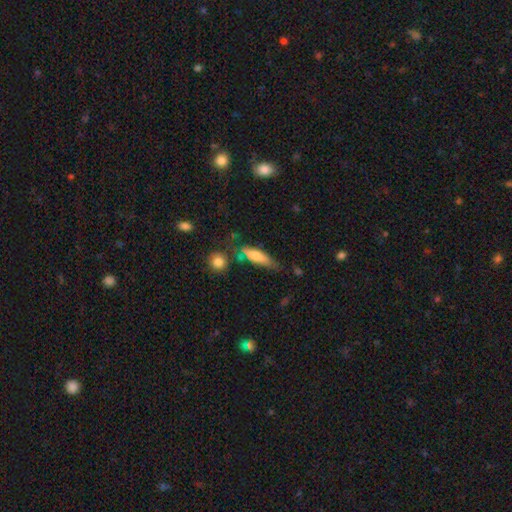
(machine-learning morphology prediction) smooth-or-featured: smooth: 69% | featured or disk: 24% | star or artifact: 7%
  how-rounded: cigar-shaped: 57% | in between: 41% | round: 3%
  merging: none: 57% | minor disturbance: 25% | merger: 9% | major disturbance: 8%